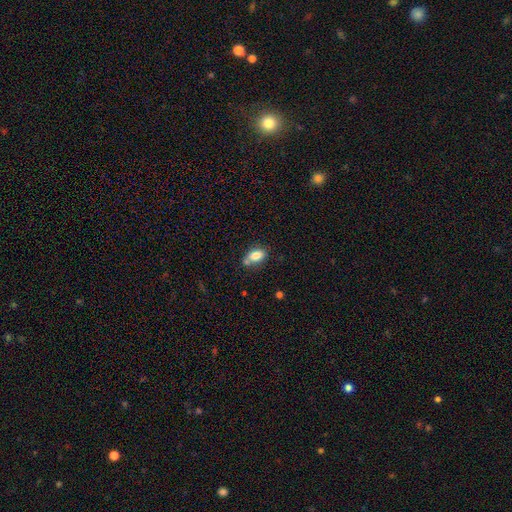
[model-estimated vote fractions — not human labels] A smooth galaxy with no disk features (81%) that is in between round and cigar-shaped (86%).

Vote fractions:
- Smooth or featured? smooth: 81% / featured or disk: 10% / star or artifact: 9%
- How rounded? in between: 86% / round: 9% / cigar-shaped: 5%
- Merging? none: 56% / merger: 21% / minor disturbance: 19% / major disturbance: 5%